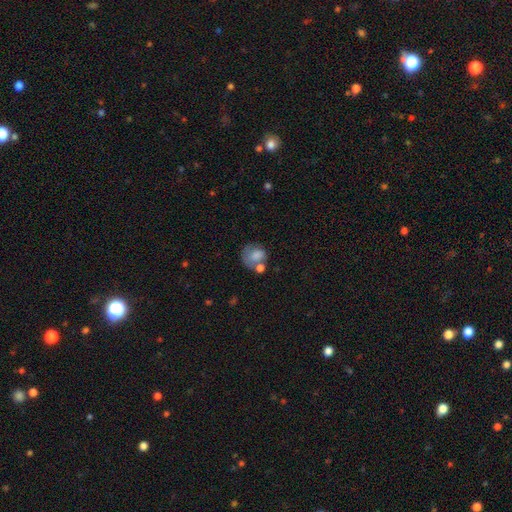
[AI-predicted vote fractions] smooth 67%, featured or disk 24%, star or artifact 9%. Down the decision tree: how rounded — round (66%); merging — none (37%).